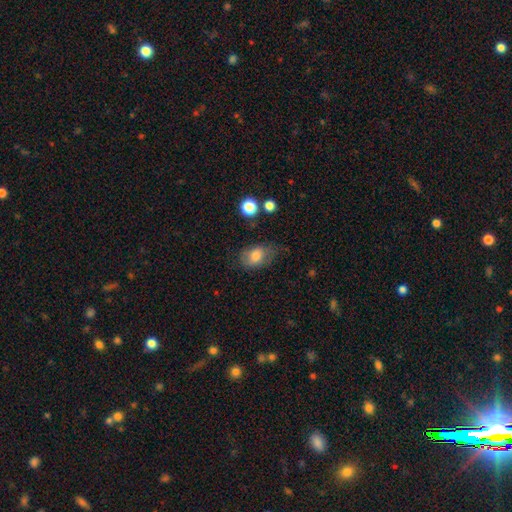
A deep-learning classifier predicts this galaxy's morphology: A smooth galaxy with no disk features (75%) that is in between round and cigar-shaped (81%).

Vote fractions:
- Smooth or featured? smooth: 75% / featured or disk: 16% / star or artifact: 9%
- How rounded? in between: 81% / round: 18% / cigar-shaped: 1%
- Merging? none: 55% / minor disturbance: 29% / major disturbance: 13% / merger: 3%